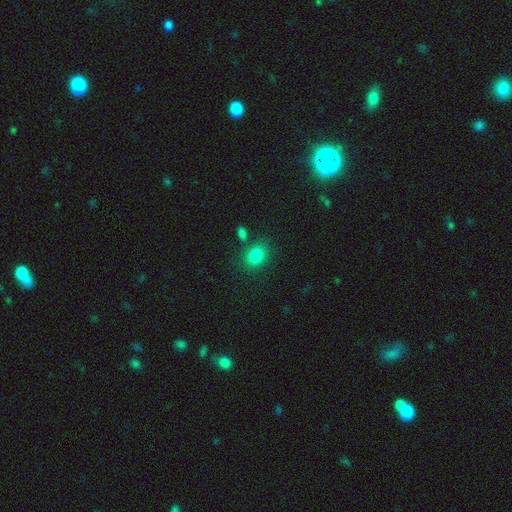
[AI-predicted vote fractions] Q: Smooth or featured?
A: smooth (82%); runner-up: star or artifact (11%)
Q: How rounded?
A: in between (51%); runner-up: round (48%)
Q: Merging?
A: none (73%); runner-up: minor disturbance (14%)